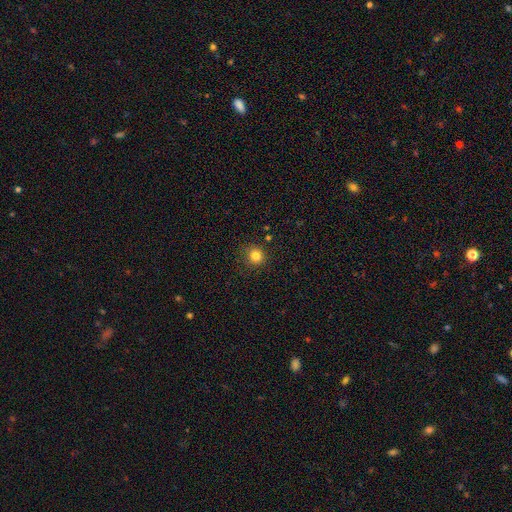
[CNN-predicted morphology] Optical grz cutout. It shows a smooth galaxy with no disk features (82%) that is round (92%). Merging: none (86%).